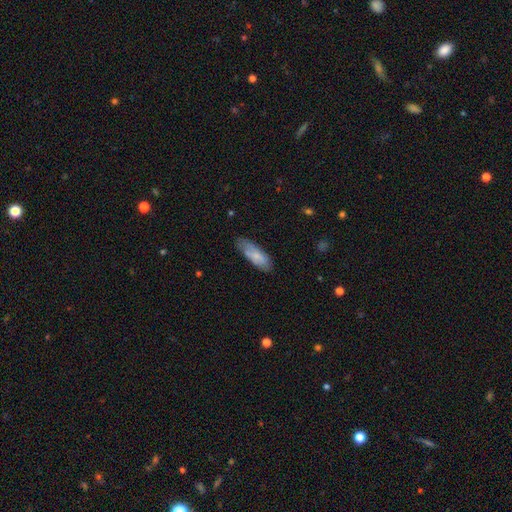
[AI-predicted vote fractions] The model was most divided on "how rounded": in between: 63%, cigar-shaped: 35%, round: 2%. More confident: smooth or featured — smooth (72%); merging — none (71%).